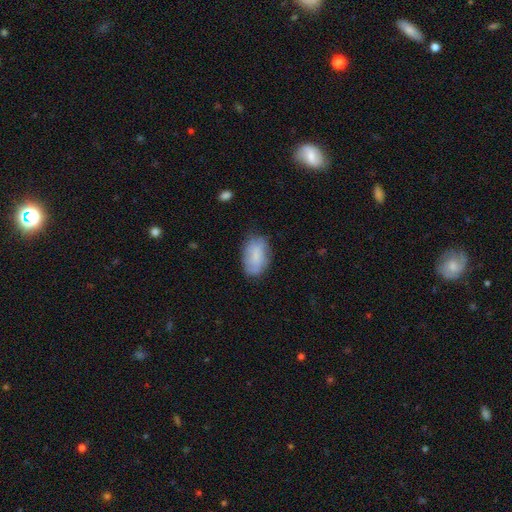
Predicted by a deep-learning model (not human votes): smooth_or_featured: smooth (p=0.72) [alt: featured or disk p=0.21]
how_rounded: in between (p=0.90) [alt: round p=0.08]
merging: none (p=0.69) [alt: minor disturbance p=0.23]